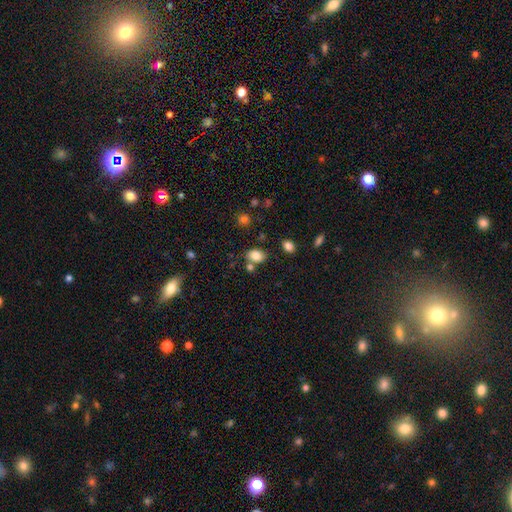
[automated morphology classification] This is clearly a smooth galaxy (81%). How rounded: likely in between (73%). Merging: likely none (67%).